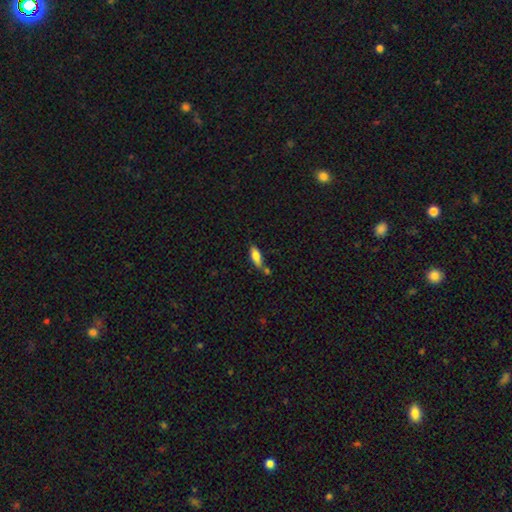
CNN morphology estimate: smooth 76%, featured or disk 17%, star or artifact 7%. Down the decision tree: how rounded — in between (74%); merging — none (56%).